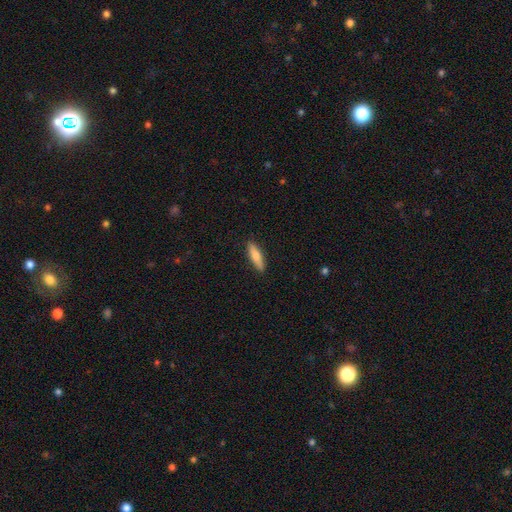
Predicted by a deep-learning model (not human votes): smooth_or_featured: smooth (p=0.73) [alt: featured or disk p=0.21]
how_rounded: cigar-shaped (p=0.65) [alt: in between p=0.34]
merging: none (p=0.89) [alt: minor disturbance p=0.08]